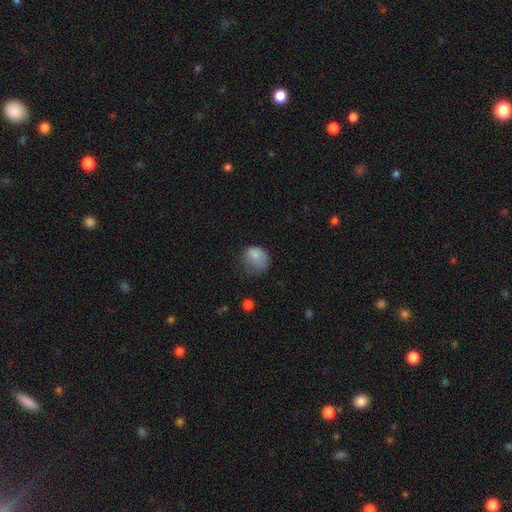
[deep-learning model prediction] A smooth galaxy with no disk features (79%) that is round (62%). Merging: none (39%).